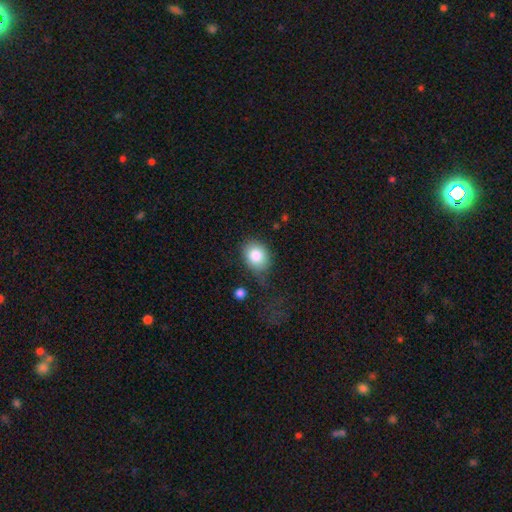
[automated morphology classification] smooth_or_featured: smooth (p=0.84) [alt: star or artifact p=0.08]
how_rounded: round (p=0.52) [alt: in between p=0.47]
merging: none (p=0.59) [alt: minor disturbance p=0.26]